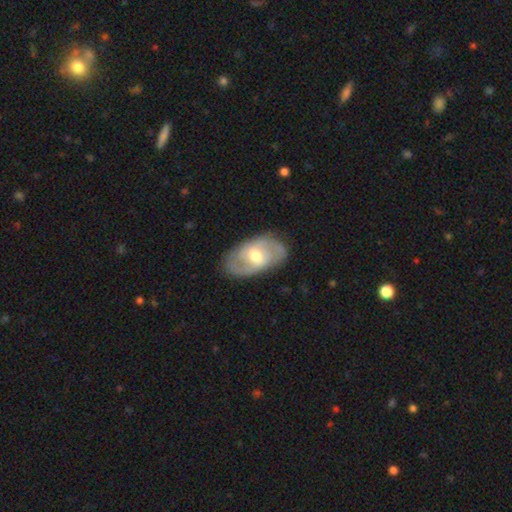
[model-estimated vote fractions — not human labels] A featured or disk galaxy (68%) with a weak bar (47%), spiral arms (76%) and a moderate central bulge (72%).

Vote fractions:
- Smooth or featured? featured or disk: 68% / smooth: 27% / star or artifact: 5%
- Edge-on disk? no: 93% / yes: 7%
- Bar? weak: 47% / no: 38% / strong: 15%
- Spiral arms? yes: 76% / no: 24%
- Bulge size? moderate: 72% / small: 17% / large: 9% / none: 1% / dominant: 1%
- Merging? none: 80% / minor disturbance: 14% / major disturbance: 5% / merger: 1%